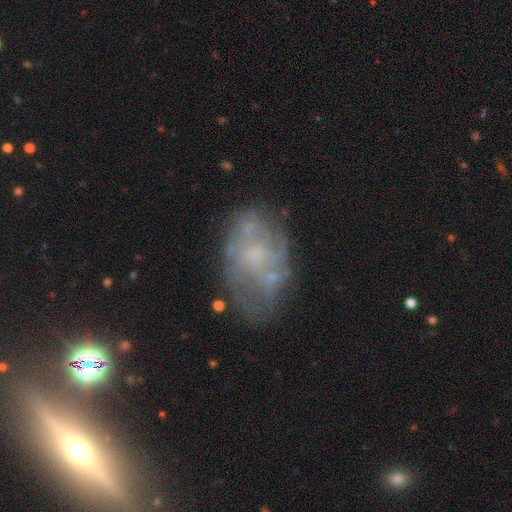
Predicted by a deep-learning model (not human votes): Smooth or featured: featured or disk — 64% (smooth — 25%)
Edge-on disk: no — 96% (yes — 4%)
Bar: no — 77% (weak — 20%)
Spiral arms: no — 54% (yes — 46%)
Bulge size: small — 41% (none — 33%)
Merging: none — 58% (minor disturbance — 22%)